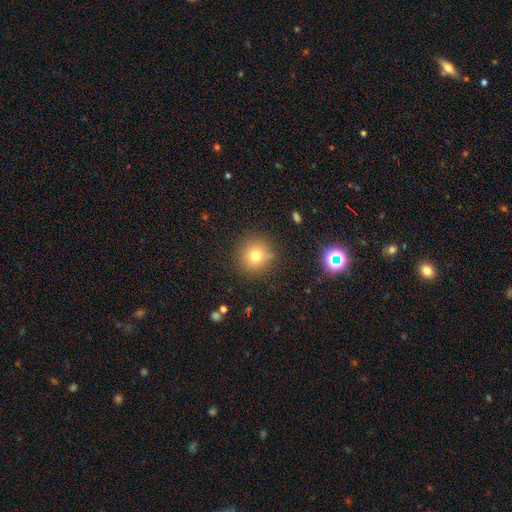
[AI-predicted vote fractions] Overall: smooth (75%). How rounded: round (94%). Merging: none (88%).